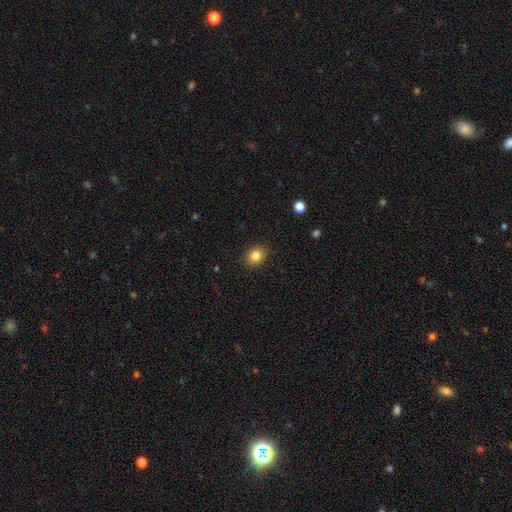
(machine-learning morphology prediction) Overall: smooth (84%). How rounded: round (57%; in between 42%). Merging: none (89%).